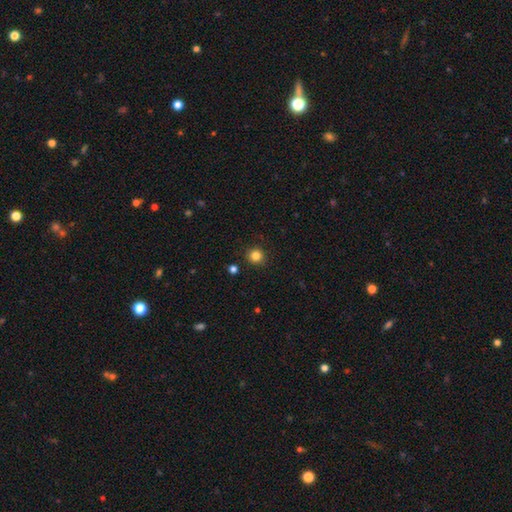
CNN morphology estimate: Smooth or featured?
  - smooth: 83% *
  - star or artifact: 12%
  - featured or disk: 4%
How rounded?
  - round: 93% *
  - in between: 6%
  - cigar-shaped: 1%
Merging?
  - none: 91% *
  - minor disturbance: 6%
  - major disturbance: 2%
  - merger: 2%